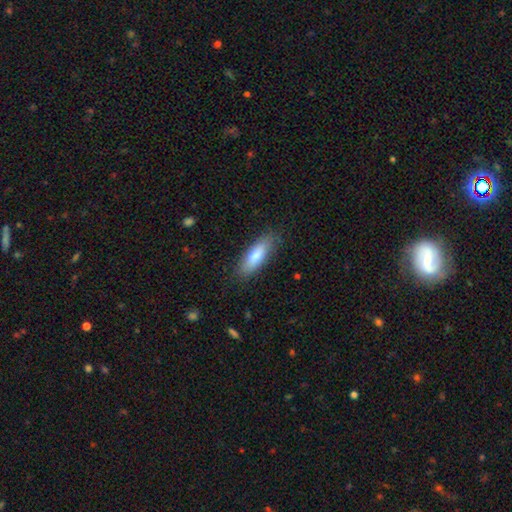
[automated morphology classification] Smooth or featured?
  - smooth: 80% *
  - featured or disk: 14%
  - star or artifact: 6%
How rounded?
  - in between: 57% *
  - cigar-shaped: 42%
  - round: 2%
Merging?
  - none: 82% *
  - minor disturbance: 13%
  - major disturbance: 3%
  - merger: 1%